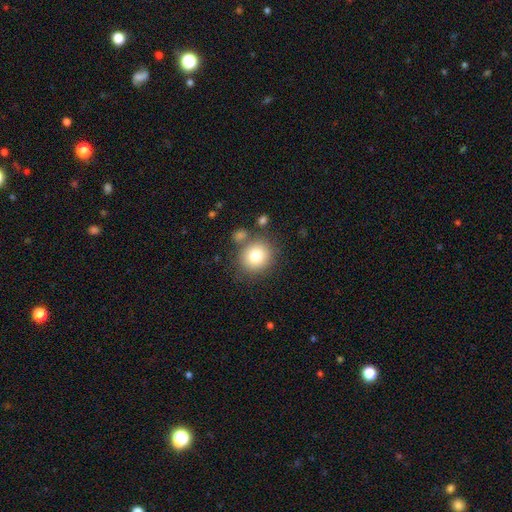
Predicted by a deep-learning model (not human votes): Morphology: type=smooth (79%); roundness=round (83%); merging=none (74%).